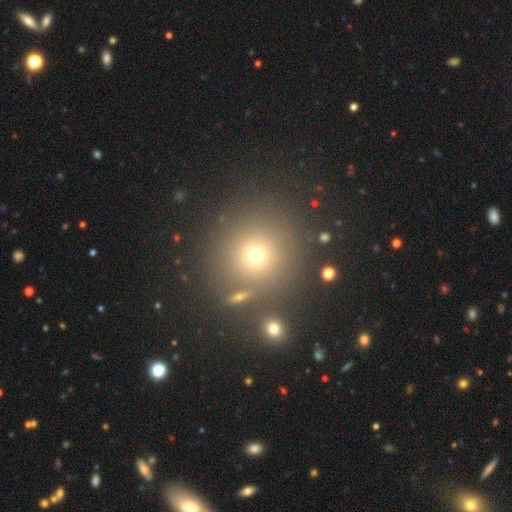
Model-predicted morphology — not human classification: Smooth or featured: smooth — 64% (star or artifact — 27%)
How rounded: round — 93% (in between — 6%)
Merging: none — 82% (merger — 7%)